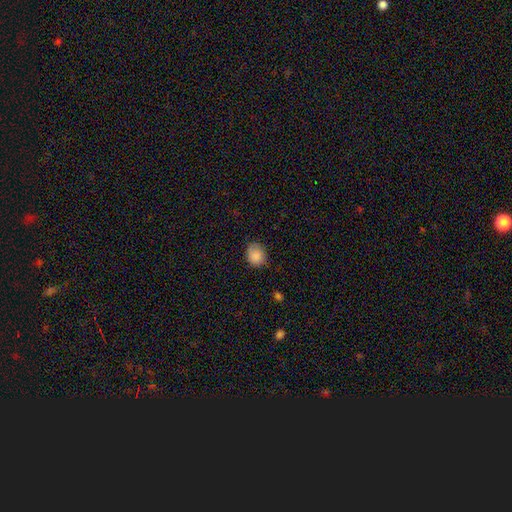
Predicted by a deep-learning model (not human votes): Smooth or featured?
  - smooth: 86% *
  - star or artifact: 9%
  - featured or disk: 5%
How rounded?
  - round: 64% *
  - in between: 35%
  - cigar-shaped: 1%
Merging?
  - none: 72% *
  - minor disturbance: 23%
  - major disturbance: 4%
  - merger: 1%